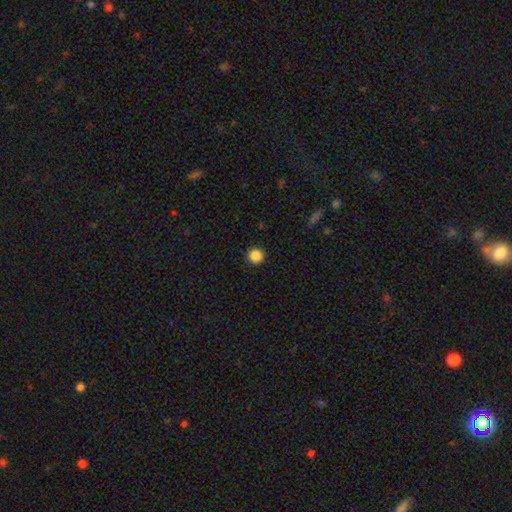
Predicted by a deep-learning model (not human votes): smooth 87%, star or artifact 10%, featured or disk 3%. Down the decision tree: how rounded — round (94%); merging — none (93%).